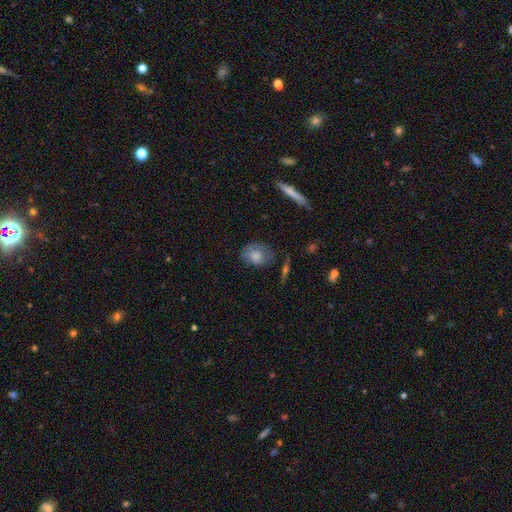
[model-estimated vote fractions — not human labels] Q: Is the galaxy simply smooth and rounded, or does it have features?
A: smooth — 70%.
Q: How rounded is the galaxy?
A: in between — 60%.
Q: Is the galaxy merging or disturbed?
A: none — 61%.